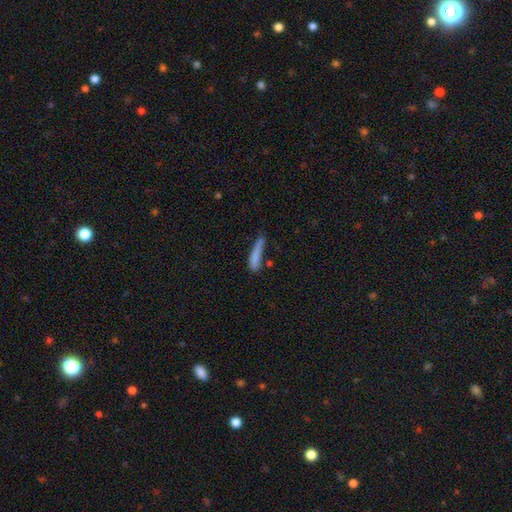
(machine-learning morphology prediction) Smooth or featured: smooth — 77% (featured or disk — 14%)
How rounded: cigar-shaped — 87% (in between — 11%)
Merging: none — 54% (minor disturbance — 26%)